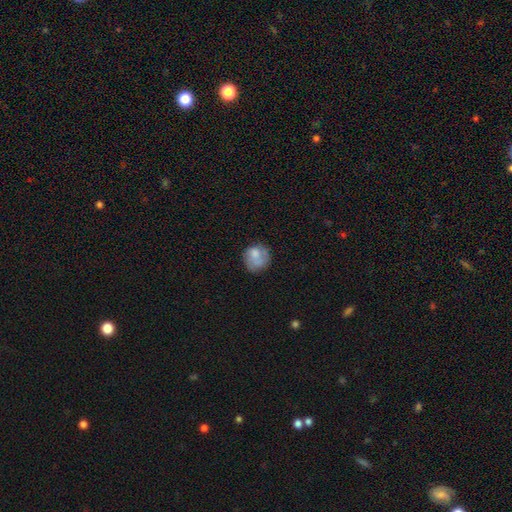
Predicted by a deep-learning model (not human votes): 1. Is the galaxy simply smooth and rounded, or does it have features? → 67% smooth, 25% featured or disk, 8% star or artifact.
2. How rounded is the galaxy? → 79% round, 20% in between, 1% cigar-shaped.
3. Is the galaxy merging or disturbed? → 58% none, 25% minor disturbance, 12% major disturbance, 5% merger.